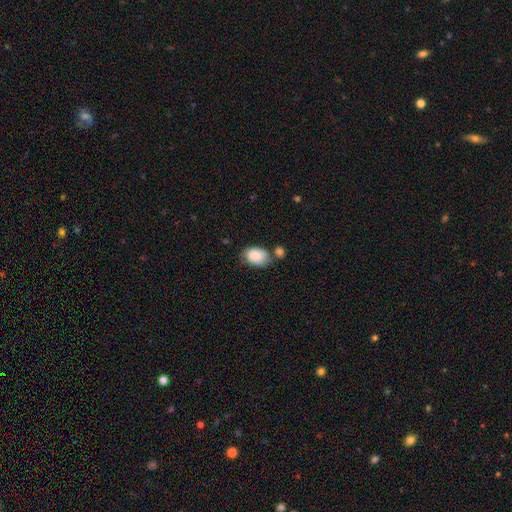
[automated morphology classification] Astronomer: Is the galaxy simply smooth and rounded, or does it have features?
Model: smooth — 83%.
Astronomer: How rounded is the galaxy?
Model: in between — 83%.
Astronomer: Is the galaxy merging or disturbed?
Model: none — 48% (runner-up: minor disturbance, 24%).